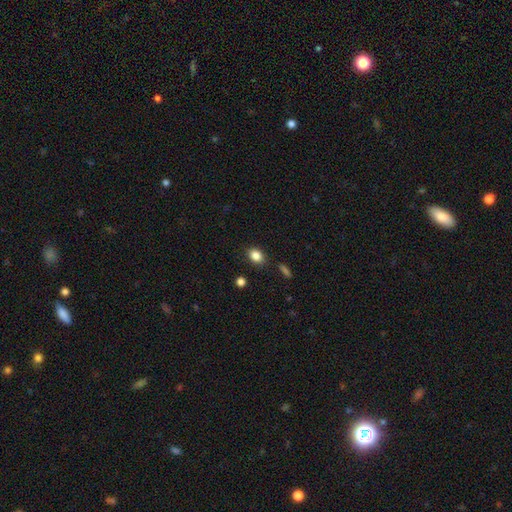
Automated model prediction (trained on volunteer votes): A smooth galaxy with no disk features (86%) that is in between round and cigar-shaped (68%). Merging: none (85%).